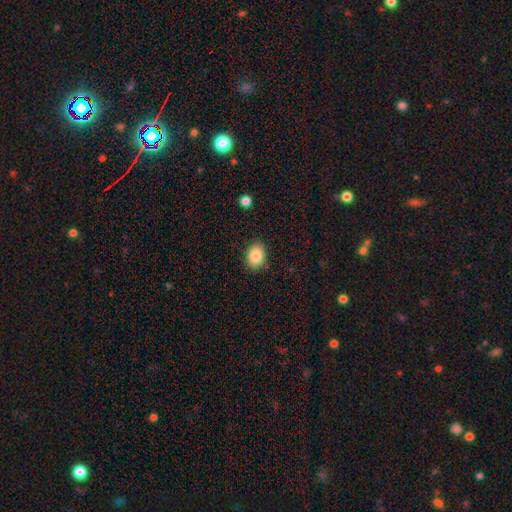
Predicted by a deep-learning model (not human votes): Smooth or featured? Predicted: smooth (p=0.86). How rounded? Predicted: in between (p=0.71). Merging? Predicted: none (p=0.85).